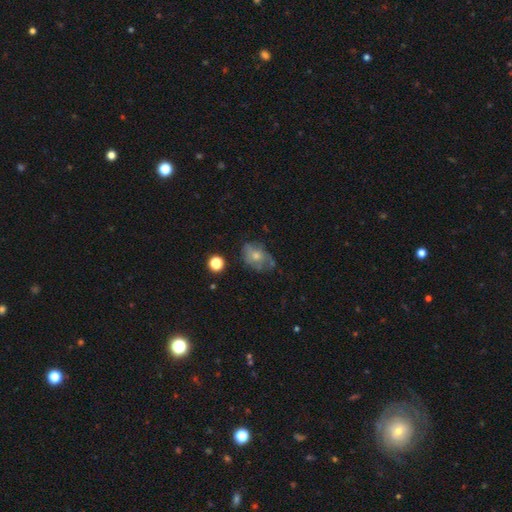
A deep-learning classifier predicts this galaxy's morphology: Q: Smooth or featured?
A: smooth (50%); runner-up: featured or disk (39%)
Q: How rounded?
A: in between (72%); runner-up: round (27%)
Q: Merging?
A: none (47%); runner-up: minor disturbance (31%)